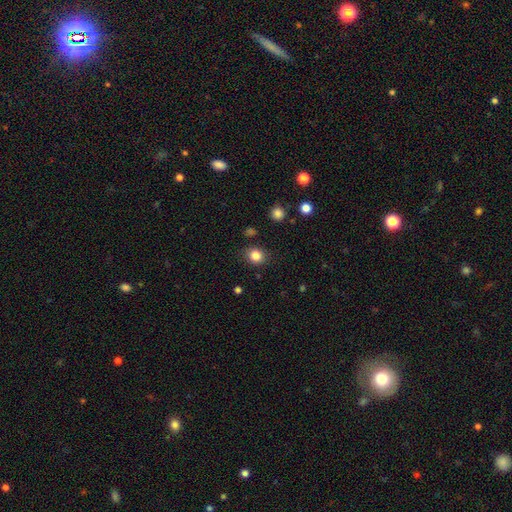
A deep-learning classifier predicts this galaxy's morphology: Smooth or featured? smooth (84%)
How rounded? round (68%)
Merging? none (85%)